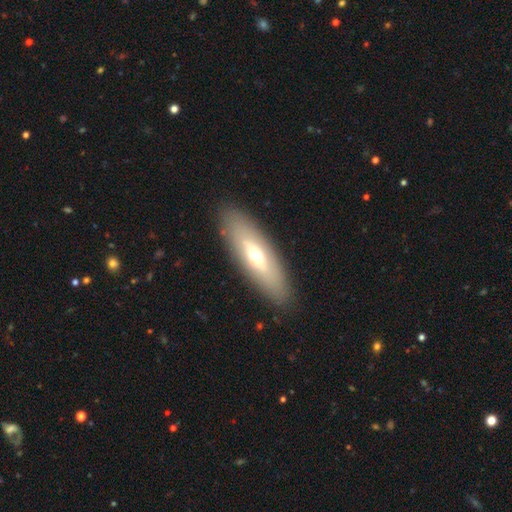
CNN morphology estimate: Overall: smooth (50%; featured or disk 43%). How rounded: cigar-shaped (52%; in between 45%). Merging: none (88%).